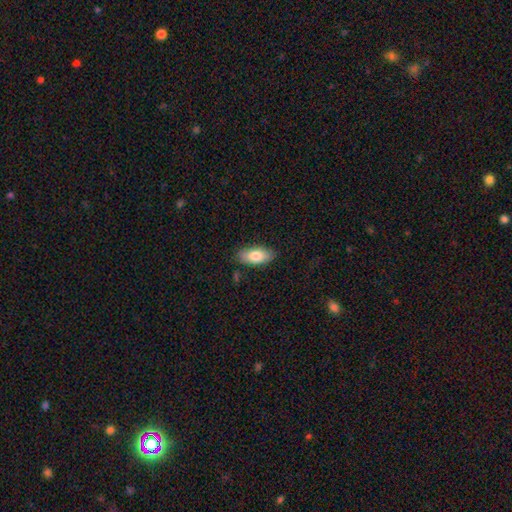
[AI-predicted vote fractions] A smooth galaxy with no disk features (79%) that is in between round and cigar-shaped (89%). Merging: none (83%).